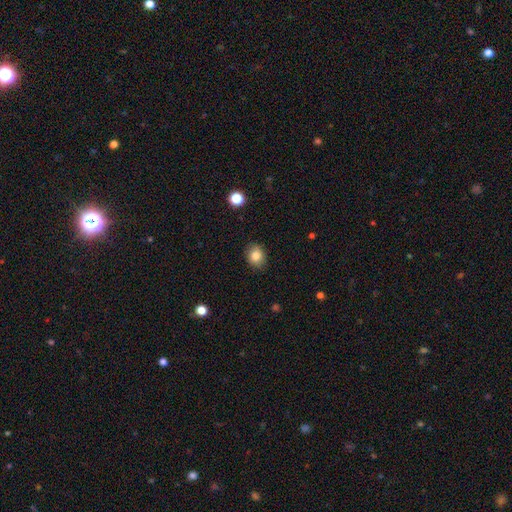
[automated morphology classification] Overall: smooth (83%). How rounded: round (56%; in between 43%). Merging: none (88%).